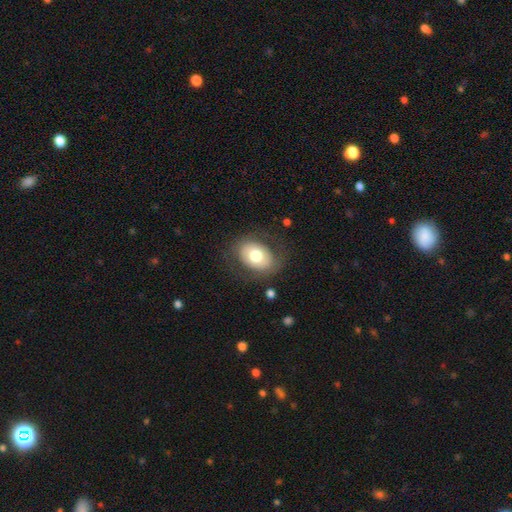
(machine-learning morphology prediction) Smooth or featured? smooth (67%)
How rounded? in between (71%)
Merging? none (77%)